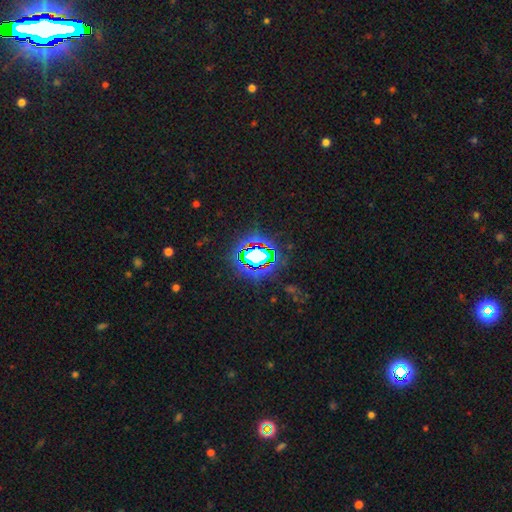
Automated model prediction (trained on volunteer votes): smooth_or_featured: star or artifact (p=0.72) [alt: smooth p=0.16]